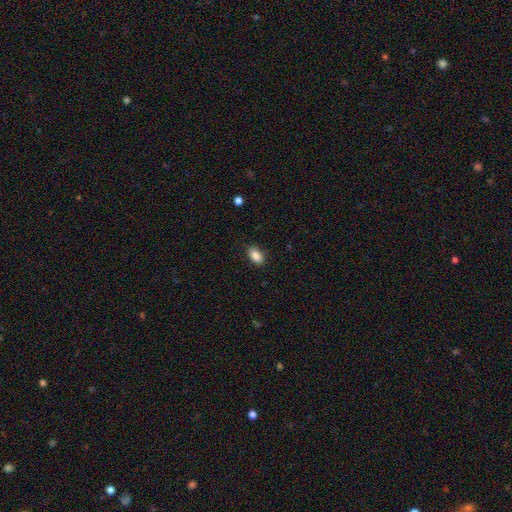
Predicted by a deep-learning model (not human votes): This appears to be a smooth galaxy with no disk features (87%) that is in between round and cigar-shaped (89%). Merging: none (87%).